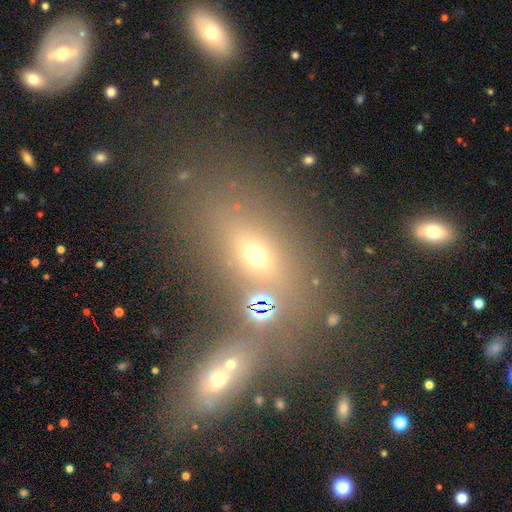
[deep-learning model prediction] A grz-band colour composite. It shows a smooth galaxy with no disk features (53%) that is in between round and cigar-shaped (69%). Merging: none (52%).